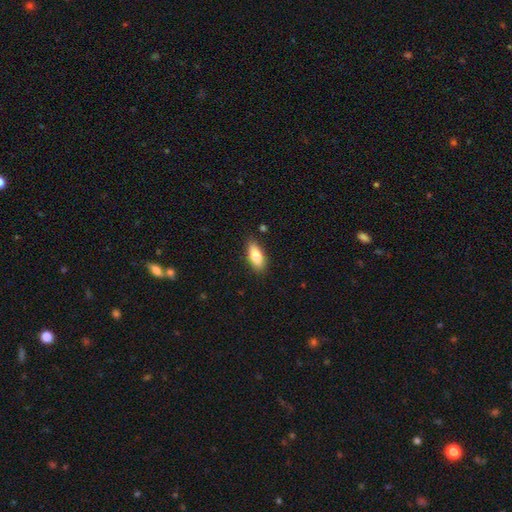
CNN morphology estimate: A smooth galaxy with no disk features (81%) that is in between round and cigar-shaped (81%). Merging: none (85%).